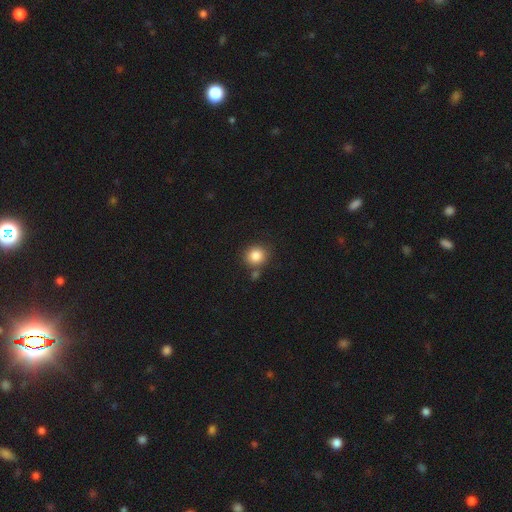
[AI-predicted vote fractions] This is clearly a smooth galaxy (85%). How rounded: clearly round (85%). Merging: likely none (75%).